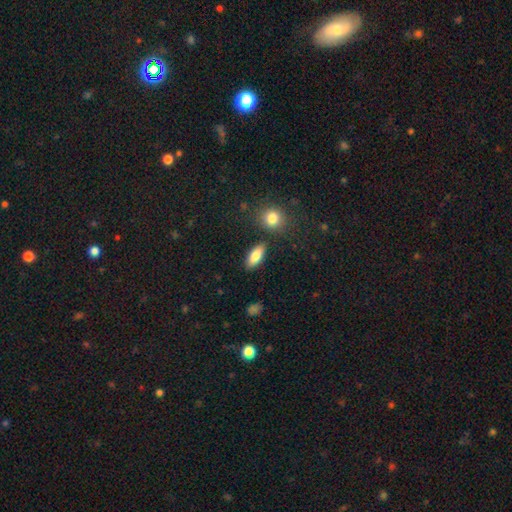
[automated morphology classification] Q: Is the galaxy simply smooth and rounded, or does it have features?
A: smooth — 82%.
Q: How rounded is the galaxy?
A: in between — 81%.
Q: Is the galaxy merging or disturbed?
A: none — 85%.